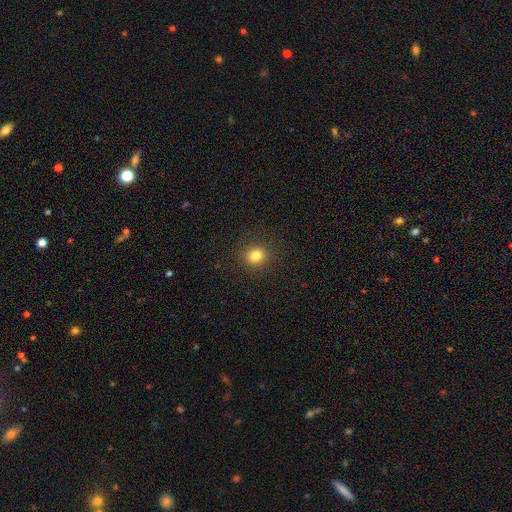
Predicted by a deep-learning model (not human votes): A smooth galaxy with no disk features (82%) that is round (86%). Merging: none (90%).